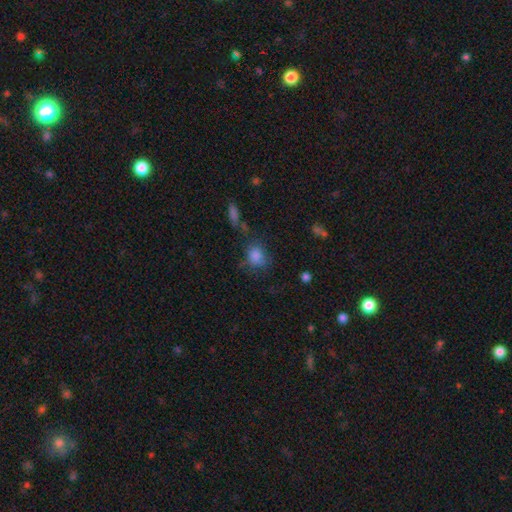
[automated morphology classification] A smooth galaxy with no disk features (81%) that is round (58%). Merging: none (58%).